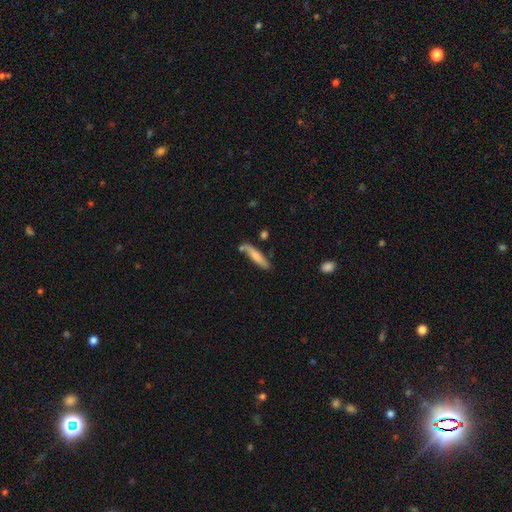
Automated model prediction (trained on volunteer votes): A smooth galaxy with no disk features (68%) that is cigar-shaped (82%). Merging: none (67%).